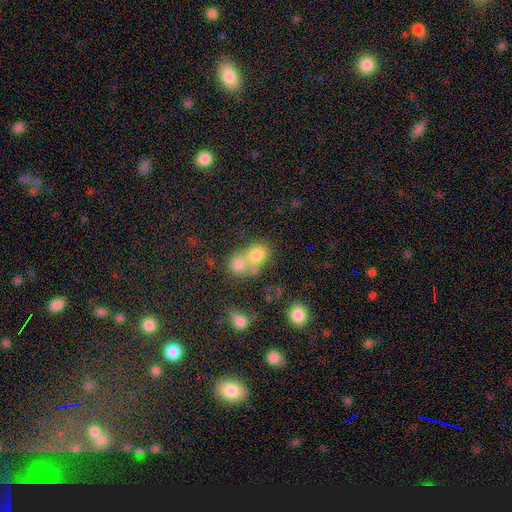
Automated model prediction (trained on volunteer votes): Smooth or featured? Predicted: smooth (p=0.75). How rounded? Predicted: round (p=0.62). Merging? Predicted: merger (p=0.61).